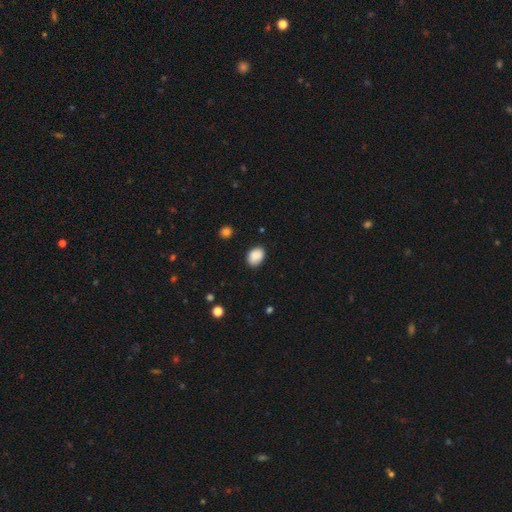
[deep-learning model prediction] Smooth or featured?
  - smooth: 89% *
  - star or artifact: 8%
  - featured or disk: 3%
How rounded?
  - in between: 73% *
  - round: 26%
  - cigar-shaped: 1%
Merging?
  - none: 84% *
  - minor disturbance: 12%
  - major disturbance: 3%
  - merger: 1%